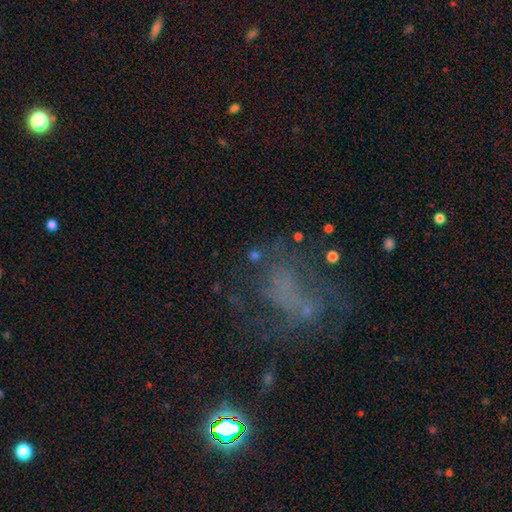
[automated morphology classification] Overall: featured or disk (35%, tied with smooth). Merging: none (49%; major disturbance 28%).